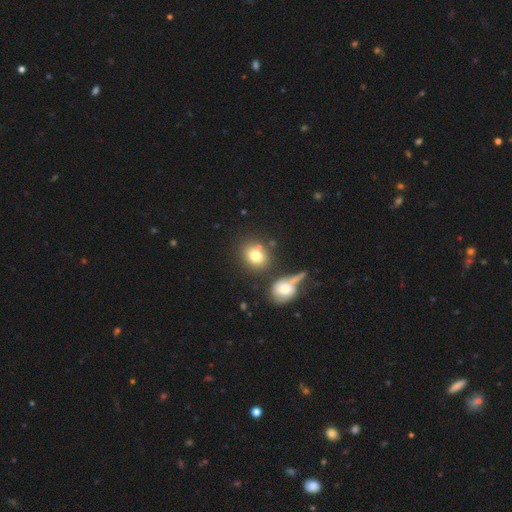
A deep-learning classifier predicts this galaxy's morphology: smooth 76%, featured or disk 13%, star or artifact 12%. Down the decision tree: how rounded — round (62%); merging — none (65%).